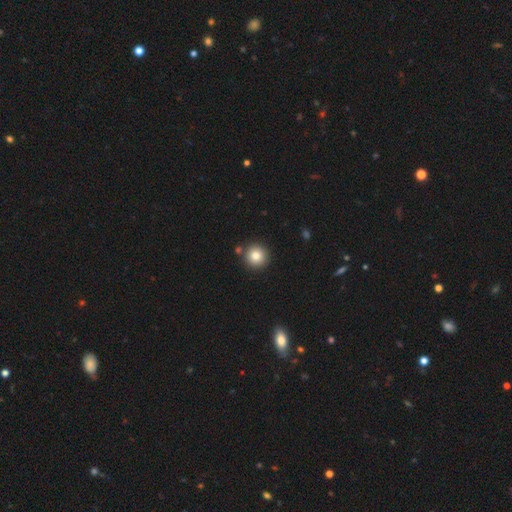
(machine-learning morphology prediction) Smooth or featured?
  - smooth: 82% *
  - star or artifact: 11%
  - featured or disk: 7%
How rounded?
  - round: 95% *
  - in between: 4%
  - cigar-shaped: 1%
Merging?
  - none: 84% *
  - minor disturbance: 7%
  - merger: 7%
  - major disturbance: 2%